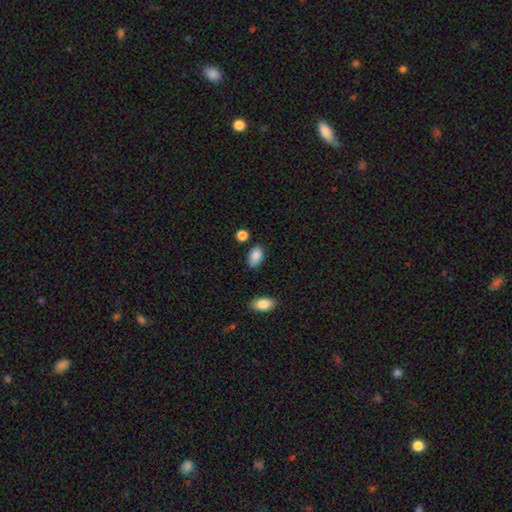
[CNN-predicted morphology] Smooth or featured? smooth (88%)
How rounded? in between (91%)
Merging? none (76%)